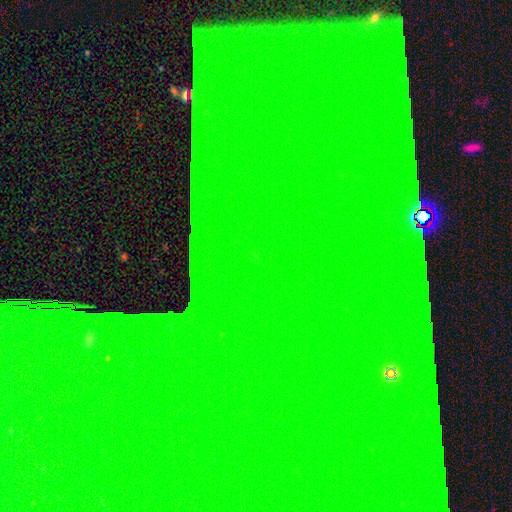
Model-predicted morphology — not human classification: star or artifact 86%, featured or disk 7%, smooth 7%.